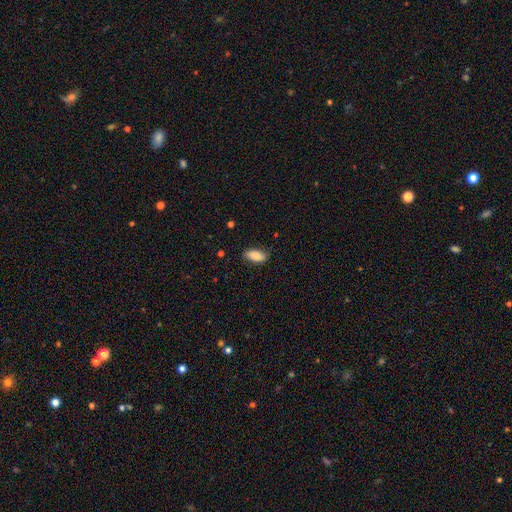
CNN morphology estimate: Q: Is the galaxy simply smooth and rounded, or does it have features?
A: smooth — 81%.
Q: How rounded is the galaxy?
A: in between — 90%.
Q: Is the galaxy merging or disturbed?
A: none — 82%.